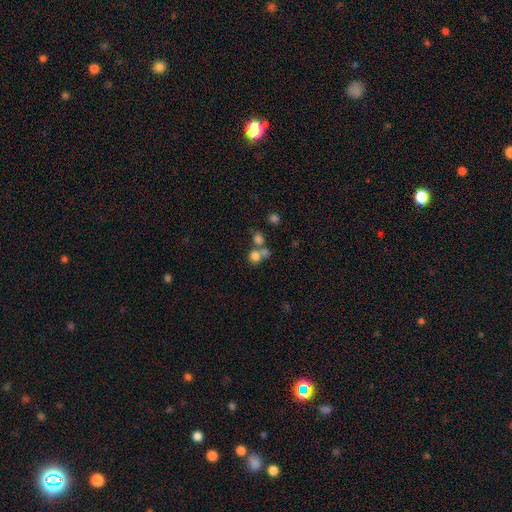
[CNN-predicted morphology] Smooth or featured?
  - smooth: 75% *
  - star or artifact: 14%
  - featured or disk: 12%
How rounded?
  - round: 82% *
  - in between: 17%
  - cigar-shaped: 1%
Merging?
  - merger: 47% *
  - none: 41%
  - minor disturbance: 7%
  - major disturbance: 5%